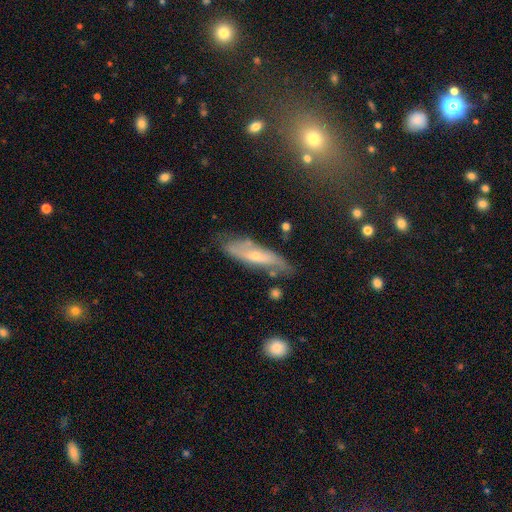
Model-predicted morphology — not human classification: smooth_or_featured: featured or disk (p=0.57) [alt: smooth p=0.36]
disk_edge_on: no (p=0.61) [alt: yes p=0.39]
merging: none (p=0.62) [alt: minor disturbance p=0.25]